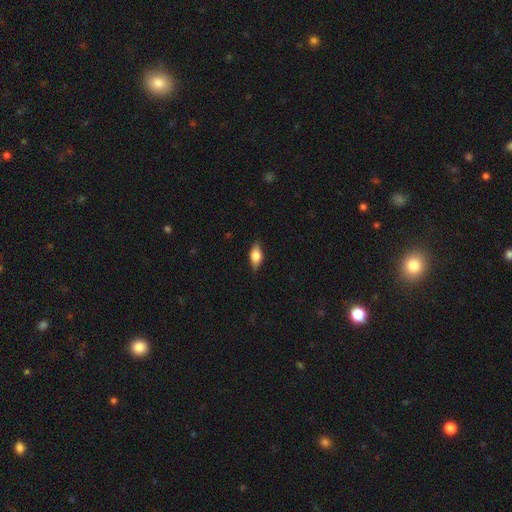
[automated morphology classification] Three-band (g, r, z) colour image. It shows a smooth galaxy with no disk features (62%) that is in between round and cigar-shaped (81%). Merging: none (83%).